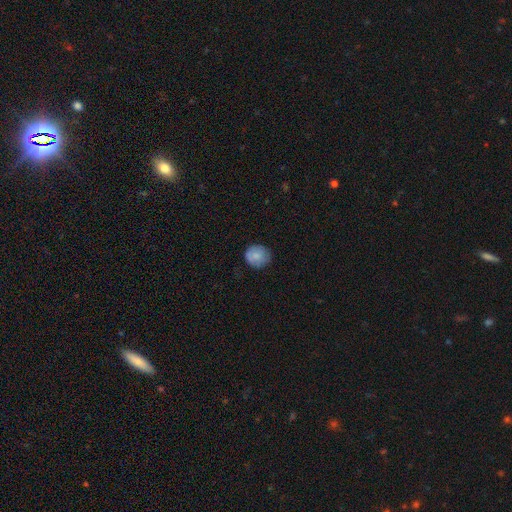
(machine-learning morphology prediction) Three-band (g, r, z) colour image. It shows a smooth galaxy with no disk features (81%) that is round (86%). Merging: none (78%).